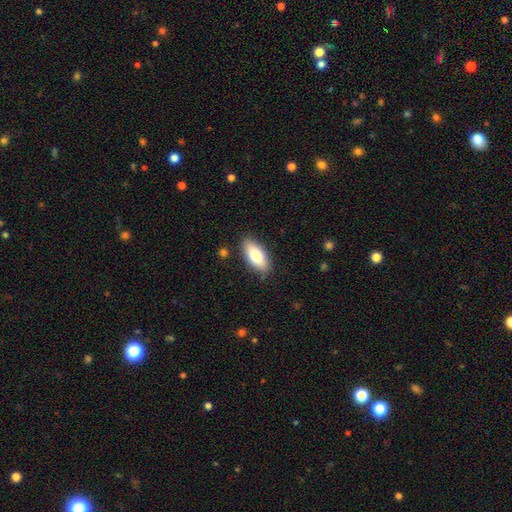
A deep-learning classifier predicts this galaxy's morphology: This appears to be a smooth galaxy with no disk features (75%) that is in between round and cigar-shaped (85%). Merging: none (86%).